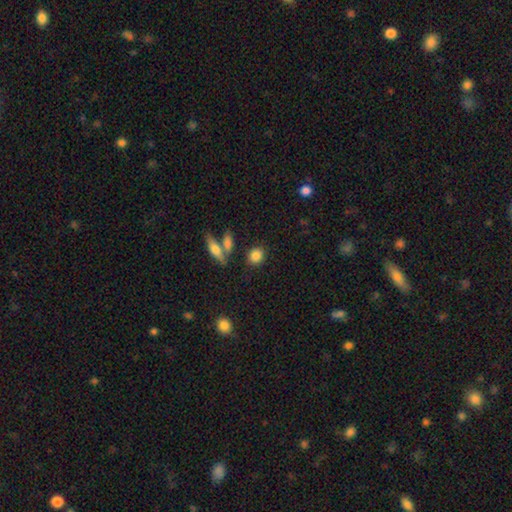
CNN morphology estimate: smooth_or_featured: smooth (p=0.84) [alt: star or artifact p=0.08]
how_rounded: round (p=0.60) [alt: in between p=0.36]
merging: none (p=0.77) [alt: minor disturbance p=0.10]